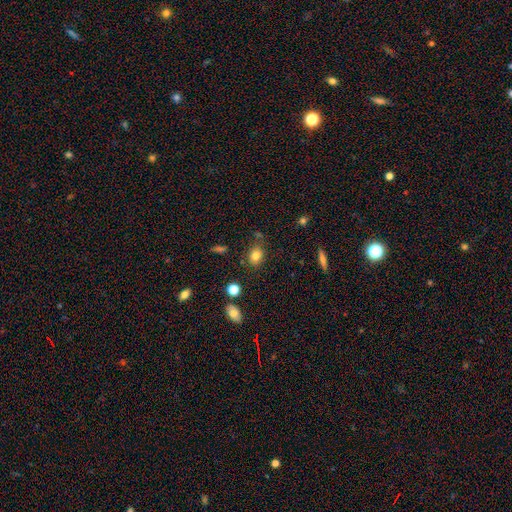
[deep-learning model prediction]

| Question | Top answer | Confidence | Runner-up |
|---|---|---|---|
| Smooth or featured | smooth | 80% | star or artifact (11%) |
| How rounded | in between | 61% | round (38%) |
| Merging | none | 76% | minor disturbance (15%) |